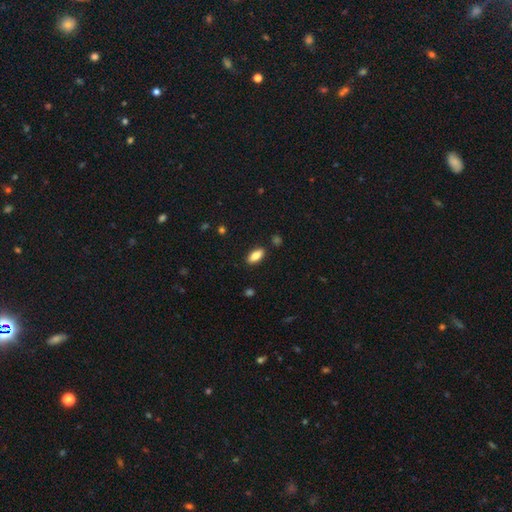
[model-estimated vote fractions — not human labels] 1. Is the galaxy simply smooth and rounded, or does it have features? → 80% smooth, 13% featured or disk, 7% star or artifact.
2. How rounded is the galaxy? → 84% in between, 13% cigar-shaped, 3% round.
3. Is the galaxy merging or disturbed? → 88% none, 9% minor disturbance, 2% major disturbance, 1% merger.